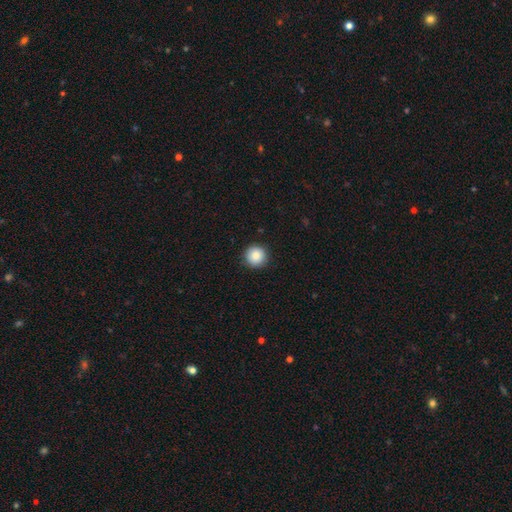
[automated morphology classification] type=smooth (87%); roundness=round (96%); merging=none (91%).